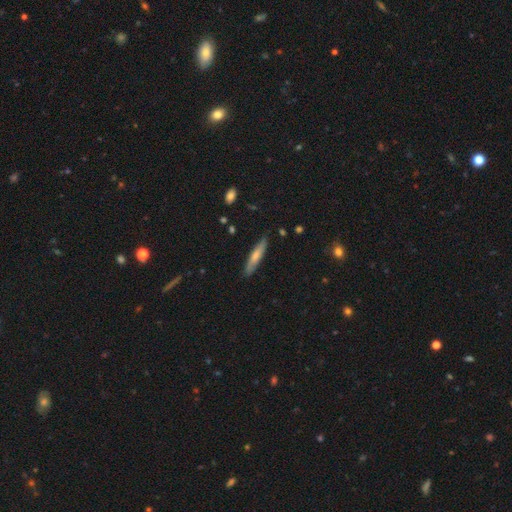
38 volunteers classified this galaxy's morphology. smooth 55%, featured or disk 42%, star or artifact 3%. Down the decision tree: how rounded — cigar-shaped (86%); merging — none (84%).